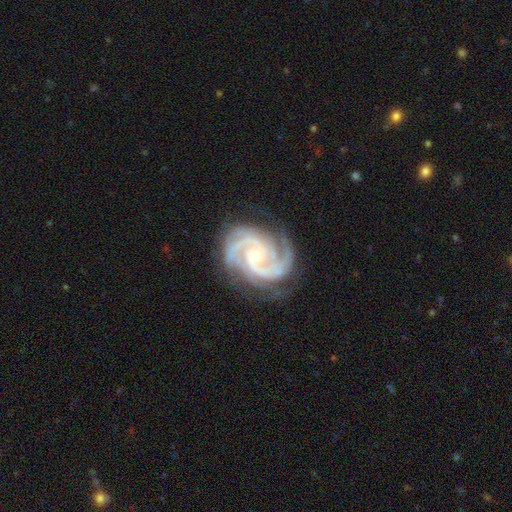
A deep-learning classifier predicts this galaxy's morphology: smooth_or_featured: featured or disk (p=0.93) [alt: star or artifact p=0.04]
disk_edge_on: no (p=0.98) [alt: yes p=0.02]
bar: no (p=0.64) [alt: weak p=0.27]
has_spiral_arms: yes (p=0.99) [alt: no p=0.01]
spiral_winding: tight (p=0.56) [alt: medium p=0.40]
spiral_arm_count: 2 (p=0.46) [alt: 3 p=0.32]
bulge_size: small (p=0.72) [alt: moderate p=0.25]
merging: none (p=0.76) [alt: minor disturbance p=0.17]